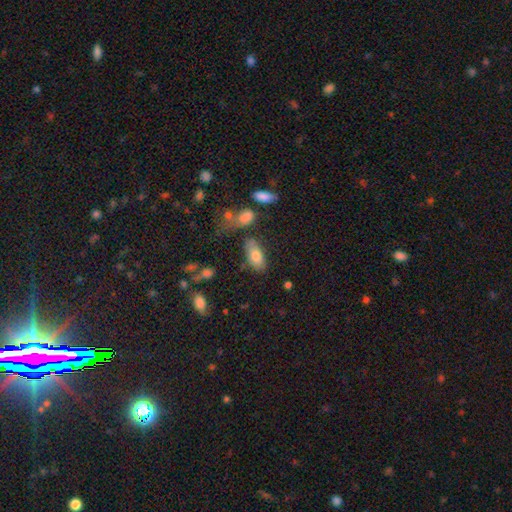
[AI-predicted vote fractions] This appears to be a smooth galaxy with no disk features (77%) that is in between round and cigar-shaped (88%). Merging: none (66%).